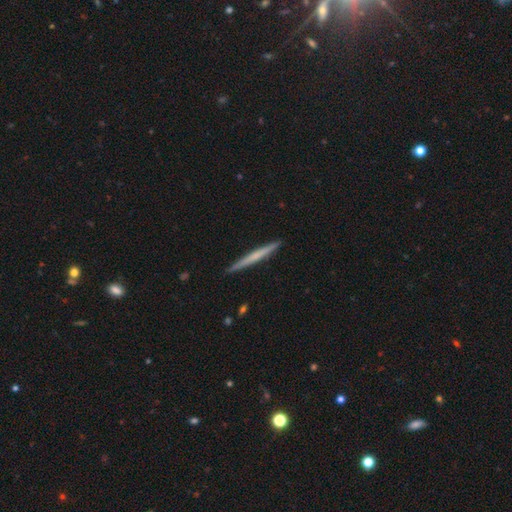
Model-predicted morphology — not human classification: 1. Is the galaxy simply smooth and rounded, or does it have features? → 49% featured or disk, 46% smooth, 5% star or artifact.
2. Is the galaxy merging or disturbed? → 92% none, 6% minor disturbance, 1% major disturbance, 1% merger.